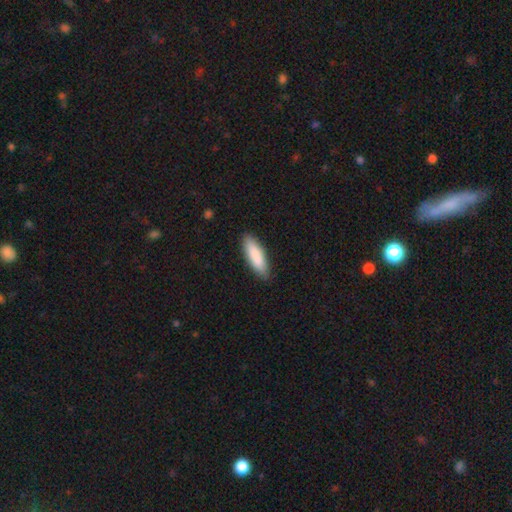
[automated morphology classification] This appears to be a smooth galaxy with no disk features (87%) that is cigar-shaped (50%). Merging: none (87%).